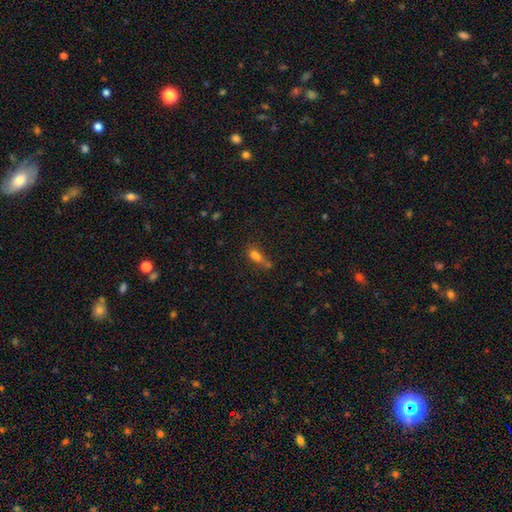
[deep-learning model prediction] The model was most divided on "merging": merger: 36%, none: 34%, minor disturbance: 18%, major disturbance: 12%. More confident: smooth or featured — smooth (69%); how rounded — in between (67%).